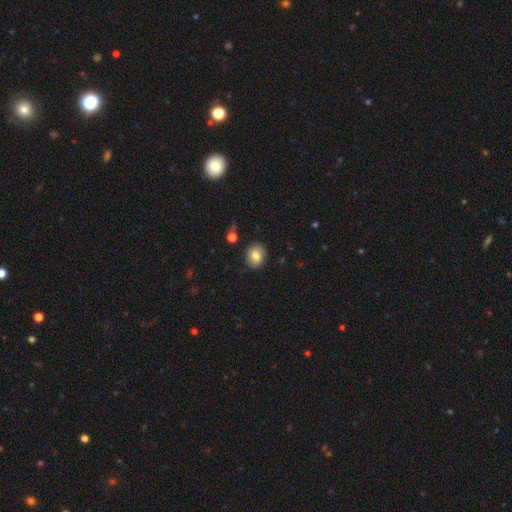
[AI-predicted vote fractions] This is clearly a smooth galaxy (82%). How rounded: likely round (63%). Merging: clearly none (87%).